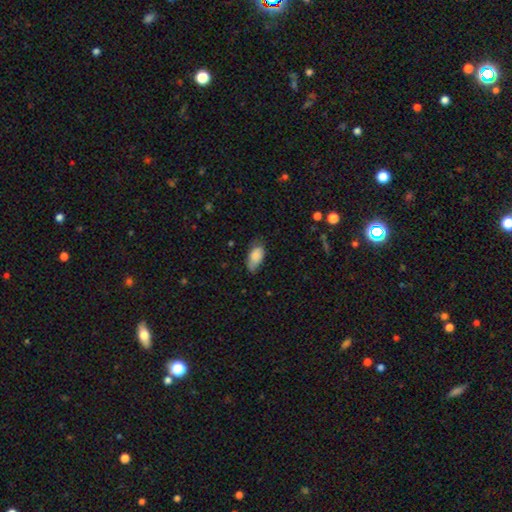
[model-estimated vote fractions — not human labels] Morphology: type=smooth (85%); roundness=in between (92%); merging=none (61%).